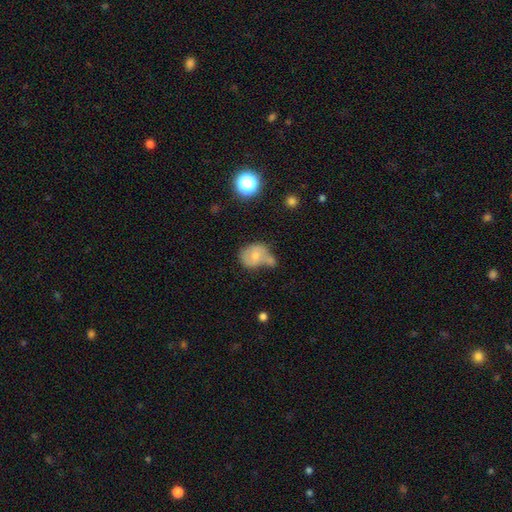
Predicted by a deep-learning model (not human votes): A smooth galaxy with no disk features (58%) that is round (53%). Merging: merger (38%).